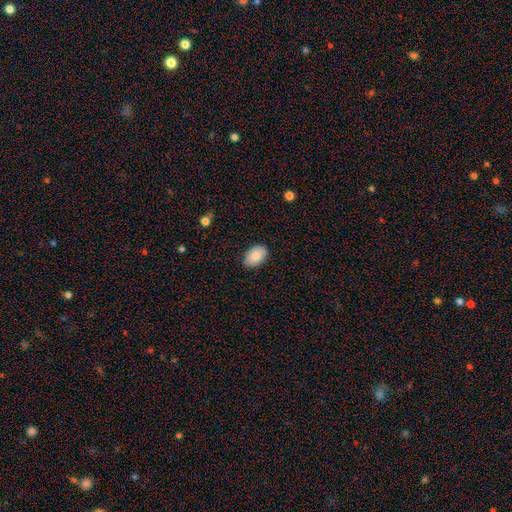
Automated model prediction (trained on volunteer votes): smooth-or-featured: smooth: 85% | featured or disk: 8% | star or artifact: 7%
  how-rounded: in between: 90% | round: 9% | cigar-shaped: 1%
  merging: none: 85% | minor disturbance: 12% | major disturbance: 2% | merger: 1%